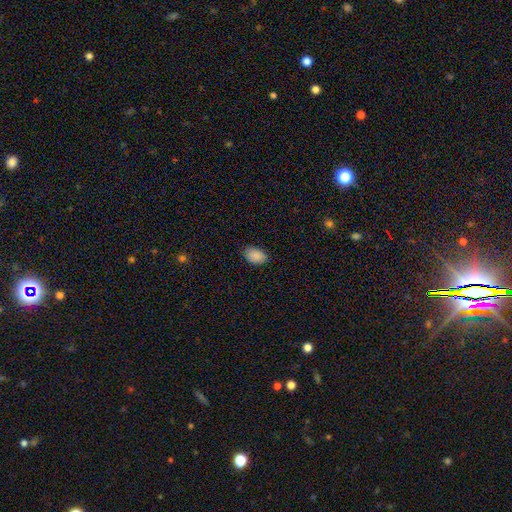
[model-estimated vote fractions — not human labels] Overall: smooth (89%). How rounded: in between (89%). Merging: none (85%).